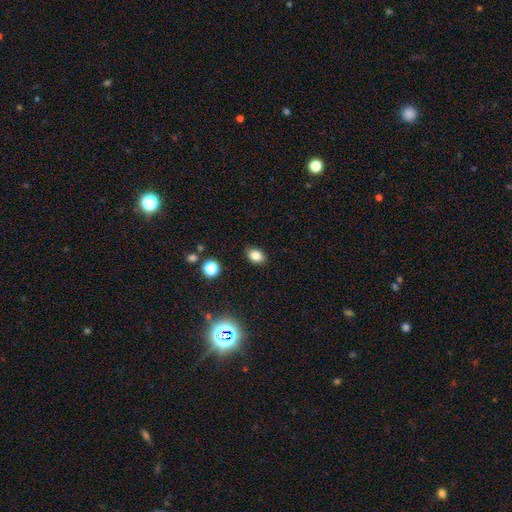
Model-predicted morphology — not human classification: Smooth or featured? smooth (81%)
How rounded? in between (76%)
Merging? none (87%)